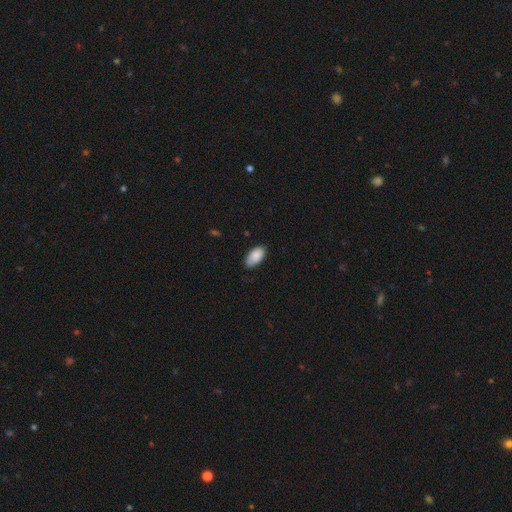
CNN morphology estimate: smooth-or-featured: smooth: 89% | star or artifact: 6% | featured or disk: 5%
  how-rounded: in between: 95% | round: 3% | cigar-shaped: 2%
  merging: none: 77% | minor disturbance: 20% | major disturbance: 3% | merger: 1%